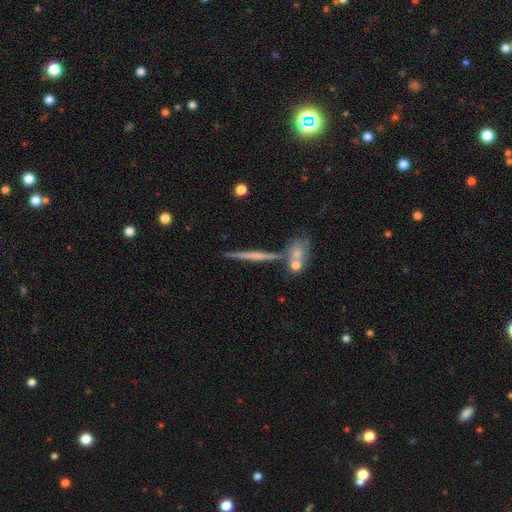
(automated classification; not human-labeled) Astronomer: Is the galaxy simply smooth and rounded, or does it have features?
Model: featured or disk — 60%.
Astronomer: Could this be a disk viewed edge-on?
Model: yes — 96%.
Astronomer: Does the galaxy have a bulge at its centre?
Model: none — 59%.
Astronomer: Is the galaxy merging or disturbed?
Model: none — 76%.